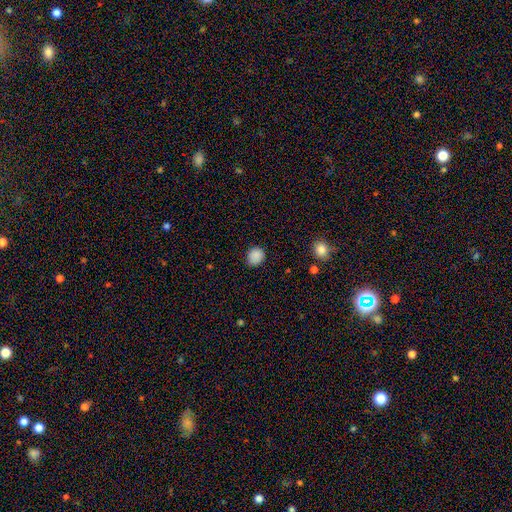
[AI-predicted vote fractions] A smooth galaxy with no disk features (87%) that is round (72%). Merging: none (84%).